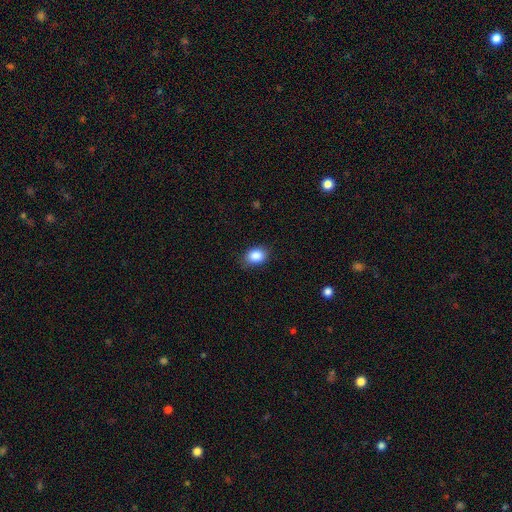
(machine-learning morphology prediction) smooth_or_featured: smooth (p=0.87) [alt: star or artifact p=0.08]
how_rounded: in between (p=0.66) [alt: round p=0.33]
merging: none (p=0.83) [alt: minor disturbance p=0.13]